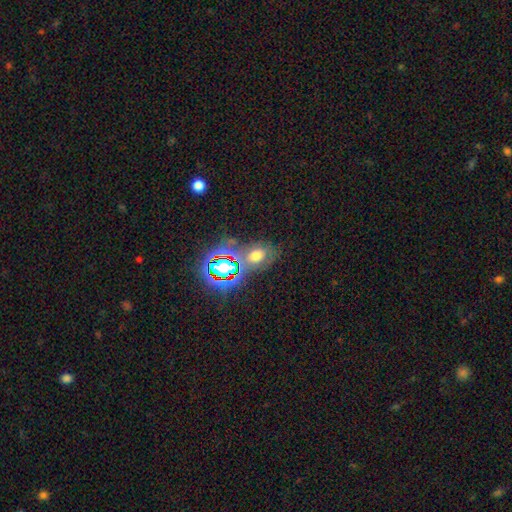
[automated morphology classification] Smooth or featured: smooth — 47% (star or artifact — 36%)
Merging: none — 60% (minor disturbance — 17%)